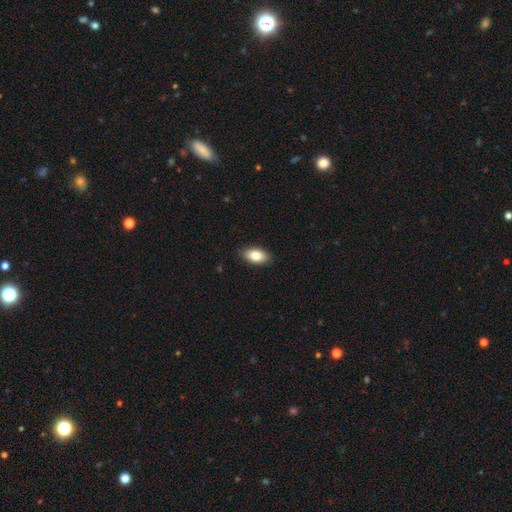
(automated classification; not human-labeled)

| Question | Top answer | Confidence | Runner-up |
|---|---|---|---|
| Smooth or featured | smooth | 83% | featured or disk (10%) |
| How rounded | in between | 92% | round (5%) |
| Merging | none | 89% | minor disturbance (9%) |